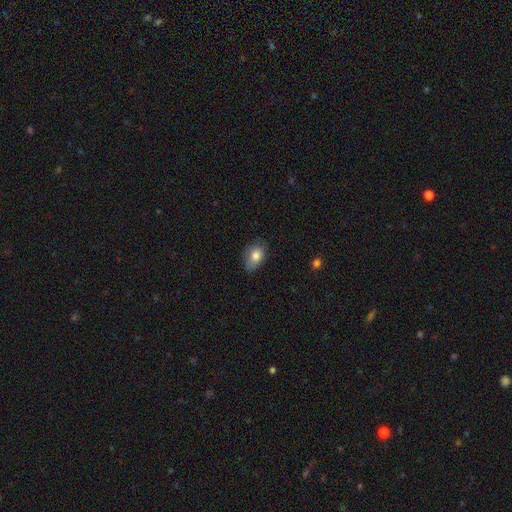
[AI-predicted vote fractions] A smooth galaxy with no disk features (81%) that is in between round and cigar-shaped (82%).

Vote fractions:
- Smooth or featured? smooth: 81% / featured or disk: 11% / star or artifact: 8%
- How rounded? in between: 82% / round: 17% / cigar-shaped: 1%
- Merging? none: 65% / minor disturbance: 28% / major disturbance: 6% / merger: 1%